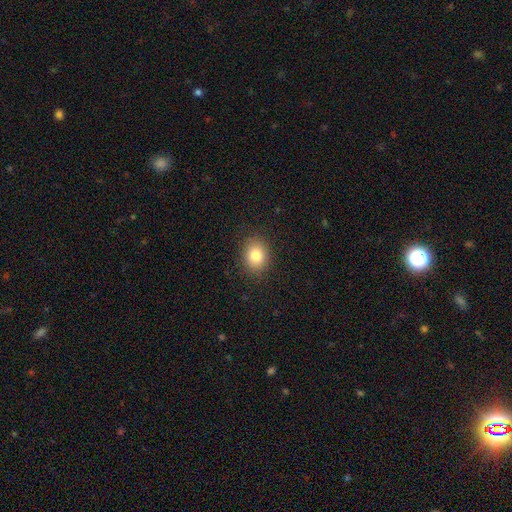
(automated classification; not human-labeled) A smooth galaxy with no disk features (82%) that is round (57%).

Vote fractions:
- Smooth or featured? smooth: 82% / star or artifact: 11% / featured or disk: 7%
- How rounded? round: 57% / in between: 42% / cigar-shaped: 1%
- Merging? none: 89% / minor disturbance: 8% / major disturbance: 2% / merger: 1%